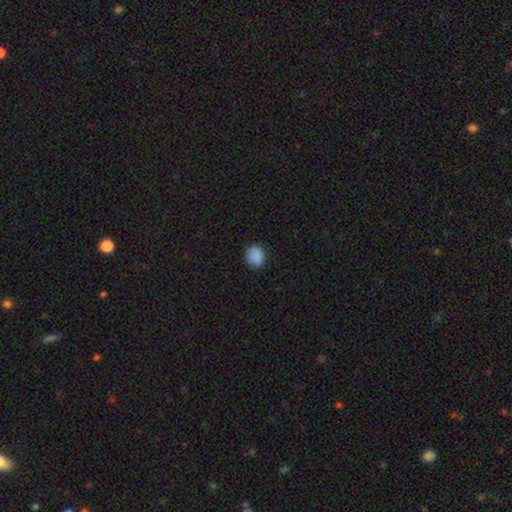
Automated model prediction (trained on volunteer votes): smooth-or-featured: smooth: 88% | star or artifact: 9% | featured or disk: 3%
  how-rounded: round: 69% | in between: 30% | cigar-shaped: 1%
  merging: none: 86% | minor disturbance: 11% | major disturbance: 2% | merger: 1%